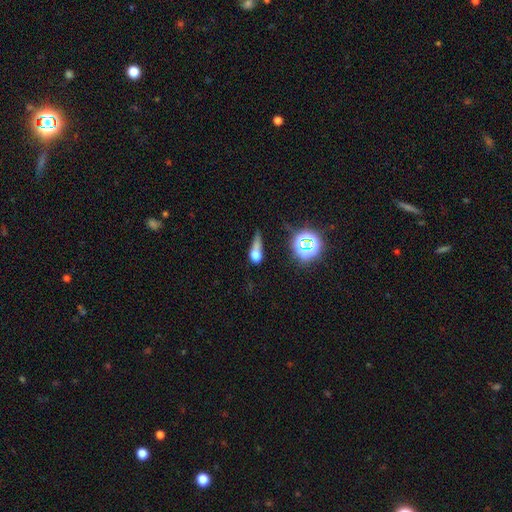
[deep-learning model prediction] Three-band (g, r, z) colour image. It shows a smooth galaxy with no disk features (57%) that is in between round and cigar-shaped (48%). Merging: major disturbance (31%).